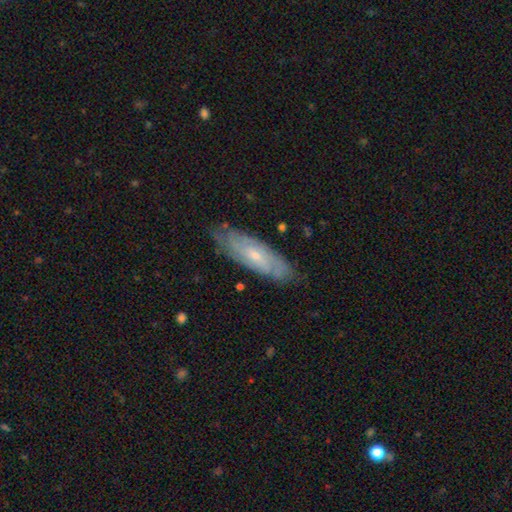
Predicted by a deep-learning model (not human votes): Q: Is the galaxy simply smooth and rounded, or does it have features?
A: featured or disk — 67%.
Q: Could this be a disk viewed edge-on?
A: no — 79%.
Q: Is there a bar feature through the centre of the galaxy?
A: no — 62%.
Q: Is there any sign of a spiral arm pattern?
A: yes — 87%.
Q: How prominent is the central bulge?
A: small — 70%.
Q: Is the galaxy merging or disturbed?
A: none — 77%.